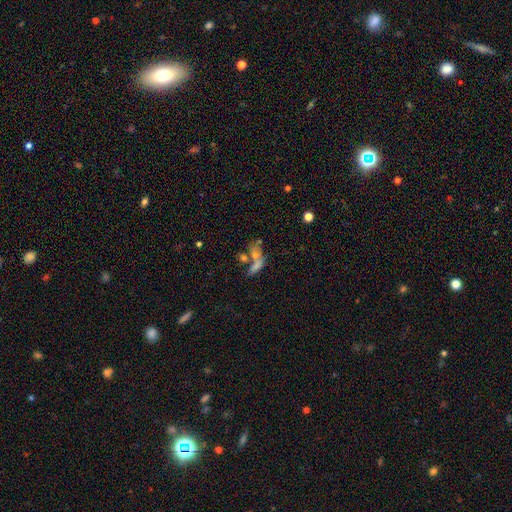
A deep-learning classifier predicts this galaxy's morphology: Overall: smooth (35%; featured or disk 34%). Merging: merger (39%; none 37%).